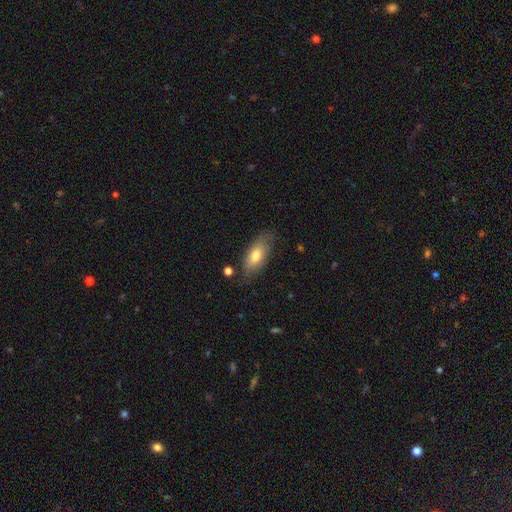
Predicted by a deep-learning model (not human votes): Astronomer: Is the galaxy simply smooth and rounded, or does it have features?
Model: smooth — 72%.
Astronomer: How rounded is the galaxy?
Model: in between — 84%.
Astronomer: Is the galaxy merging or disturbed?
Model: none — 70%.